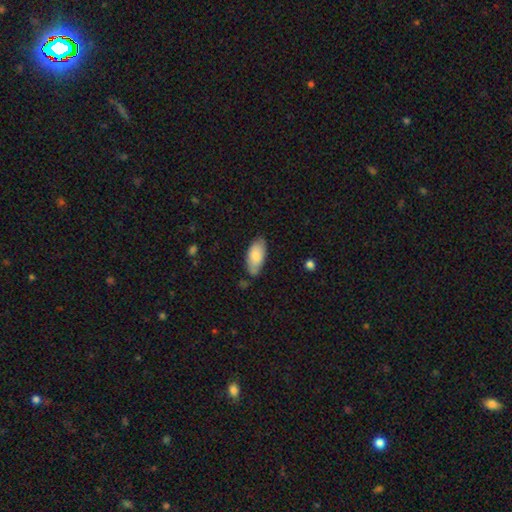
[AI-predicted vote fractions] smooth 80%, featured or disk 14%, star or artifact 6%. Down the decision tree: how rounded — in between (92%); merging — none (72%).